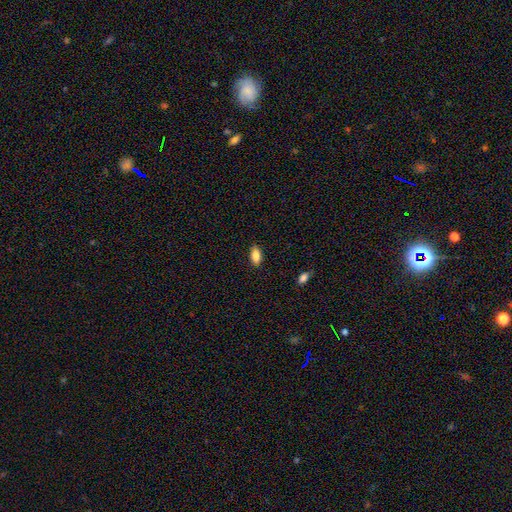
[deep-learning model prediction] Smooth or featured? smooth (86%)
How rounded? in between (89%)
Merging? none (88%)